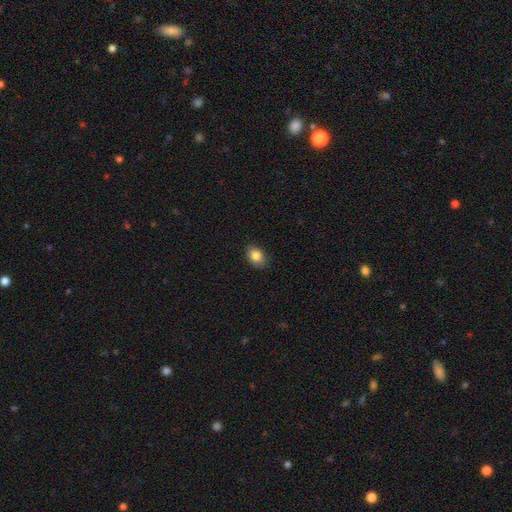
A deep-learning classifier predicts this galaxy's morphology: Smooth or featured: smooth — 84% (star or artifact — 8%)
How rounded: in between — 78% (round — 21%)
Merging: none — 86% (minor disturbance — 11%)